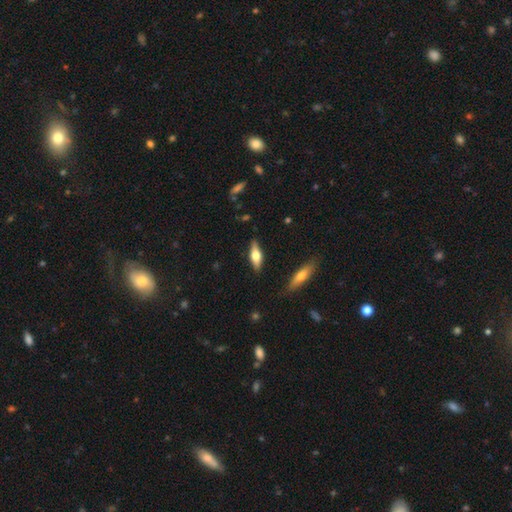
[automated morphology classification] Smooth or featured? smooth (48%)
Merging? none (86%)